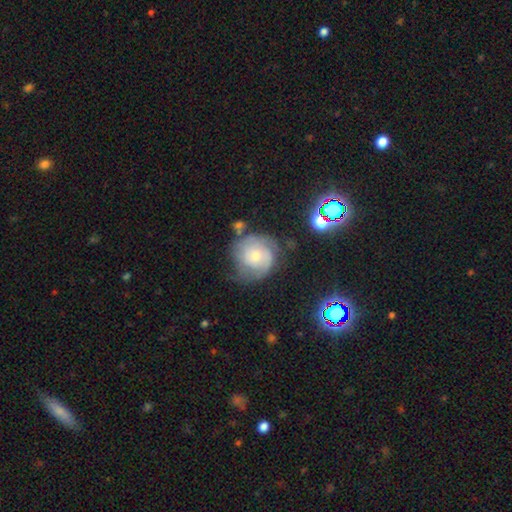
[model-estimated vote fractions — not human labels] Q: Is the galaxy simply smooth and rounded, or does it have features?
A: featured or disk — 60%.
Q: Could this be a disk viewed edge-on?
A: no — 97%.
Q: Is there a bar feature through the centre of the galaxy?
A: no — 75%.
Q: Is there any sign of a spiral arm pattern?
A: yes — 82%.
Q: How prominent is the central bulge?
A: small — 47%.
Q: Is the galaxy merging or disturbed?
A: none — 50%.